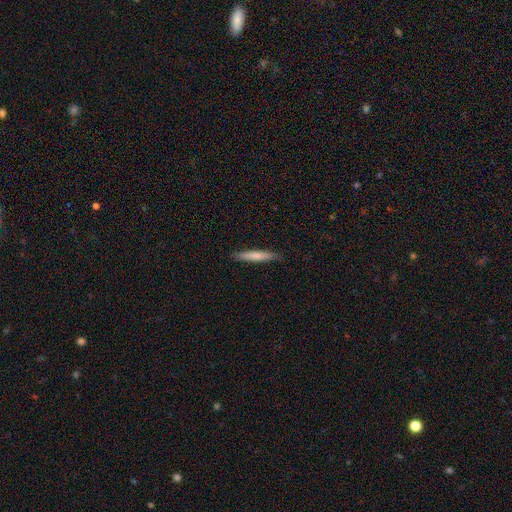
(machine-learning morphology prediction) The model was most divided on "smooth or featured": smooth: 72%, featured or disk: 22%, star or artifact: 5%. More confident: how rounded — cigar-shaped (93%); merging — none (88%).